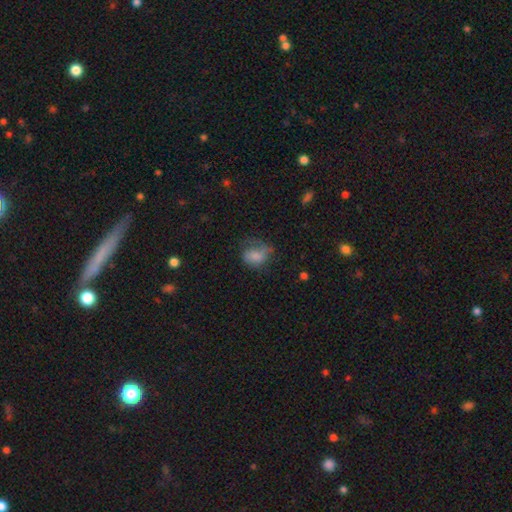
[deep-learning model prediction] A smooth galaxy with no disk features (68%) that is in between round and cigar-shaped (64%). Merging: major disturbance (34%).